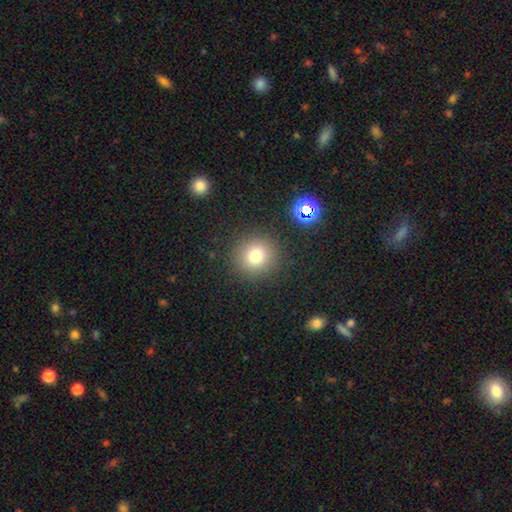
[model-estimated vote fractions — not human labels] Smooth or featured? smooth (76%)
How rounded? round (93%)
Merging? none (89%)